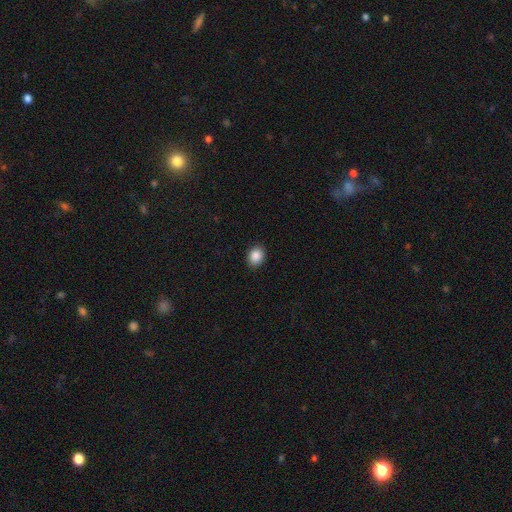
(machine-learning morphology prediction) A smooth galaxy with no disk features (88%) that is in between round and cigar-shaped (57%).

Vote fractions:
- Smooth or featured? smooth: 88% / star or artifact: 9% / featured or disk: 3%
- How rounded? in between: 57% / round: 42% / cigar-shaped: 1%
- Merging? none: 90% / minor disturbance: 8% / major disturbance: 2% / merger: 1%